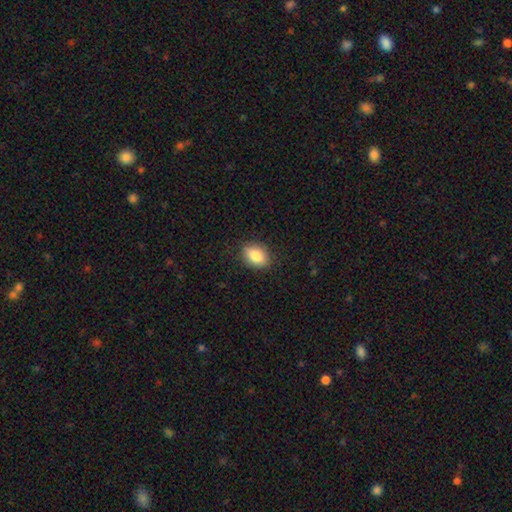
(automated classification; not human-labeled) Smooth or featured? smooth (83%)
How rounded? in between (80%)
Merging? none (85%)